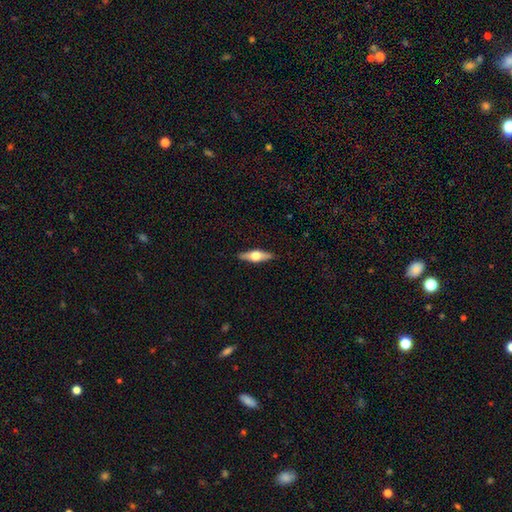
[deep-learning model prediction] Morphology: type=featured or disk (59%); edge-on=yes (94%); edge-on bulge=rounded (95%); merging=none (90%).